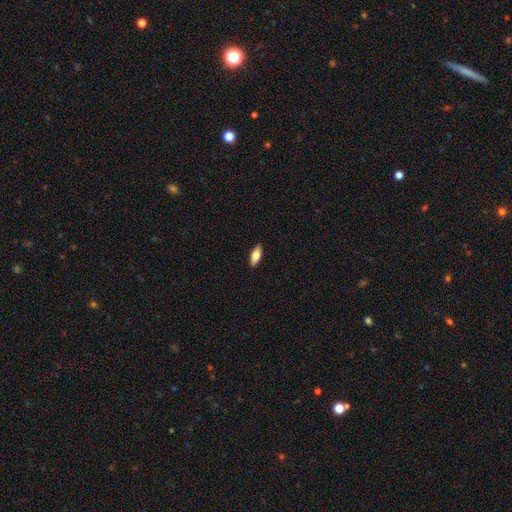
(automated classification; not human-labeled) Q: Smooth or featured?
A: smooth (71%); runner-up: featured or disk (22%)
Q: How rounded?
A: in between (77%); runner-up: cigar-shaped (20%)
Q: Merging?
A: none (89%); runner-up: minor disturbance (8%)